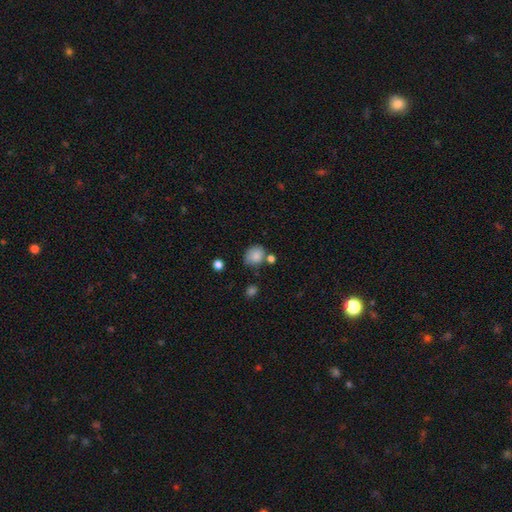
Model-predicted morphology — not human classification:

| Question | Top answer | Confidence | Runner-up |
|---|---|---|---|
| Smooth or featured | smooth | 83% | star or artifact (9%) |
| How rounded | round | 56% | in between (43%) |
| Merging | none | 61% | minor disturbance (22%) |